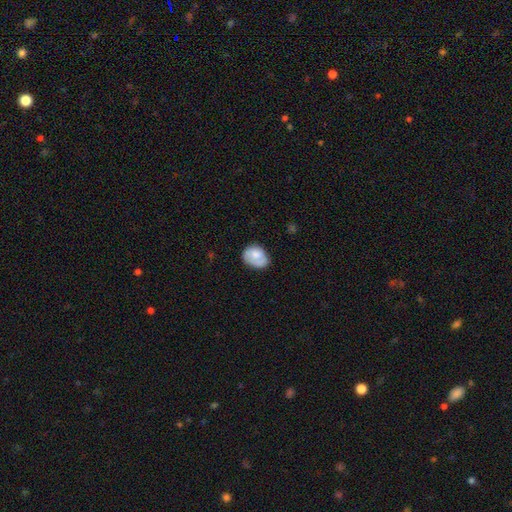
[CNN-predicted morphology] Smooth or featured? smooth (67%)
How rounded? in between (59%)
Merging? none (50%)